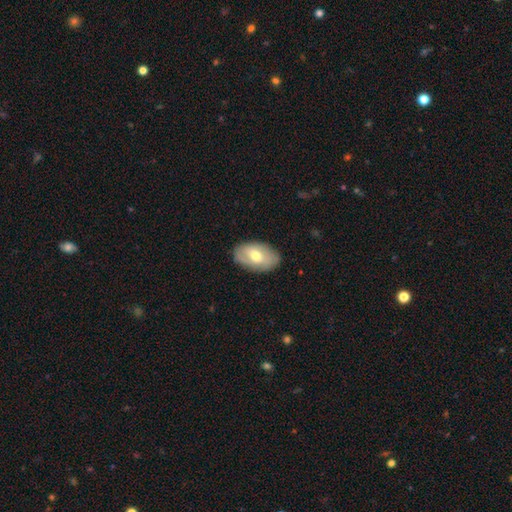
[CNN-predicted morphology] smooth_or_featured: smooth (p=0.53) [alt: featured or disk p=0.40]
how_rounded: in between (p=0.91) [alt: round p=0.07]
merging: none (p=0.82) [alt: minor disturbance p=0.14]